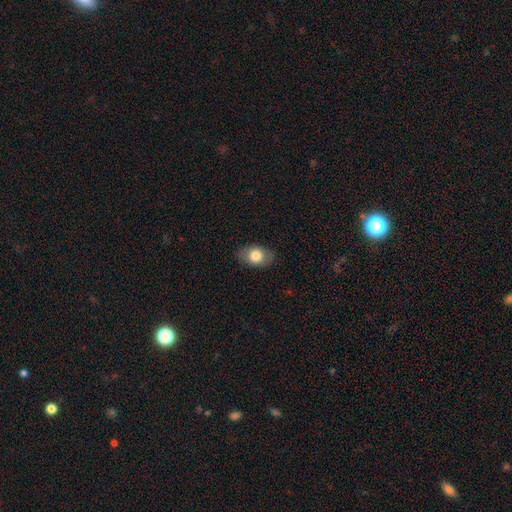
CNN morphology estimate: The model was most divided on "how rounded": in between: 79%, round: 20%, cigar-shaped: 1%. More confident: merging — none (84%); smooth or featured — smooth (78%).